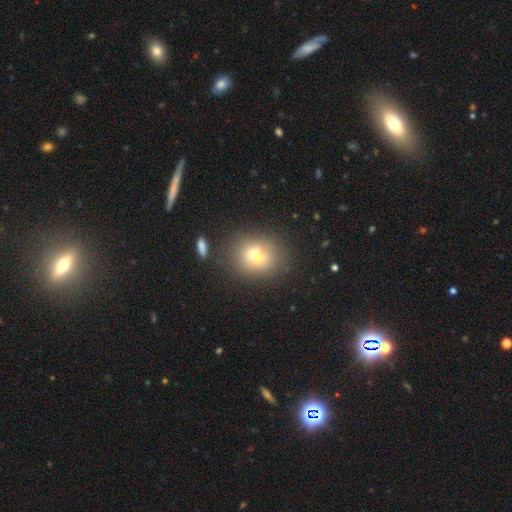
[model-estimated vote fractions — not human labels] Q: Smooth or featured?
A: smooth (72%); runner-up: featured or disk (15%)
Q: How rounded?
A: round (70%); runner-up: in between (29%)
Q: Merging?
A: none (80%); runner-up: minor disturbance (11%)